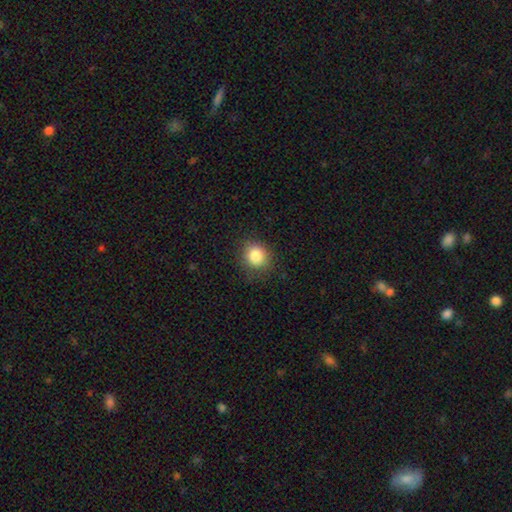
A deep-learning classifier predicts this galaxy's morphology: smooth_or_featured: smooth (p=0.84) [alt: star or artifact p=0.10]
how_rounded: round (p=0.80) [alt: in between p=0.19]
merging: none (p=0.83) [alt: minor disturbance p=0.12]